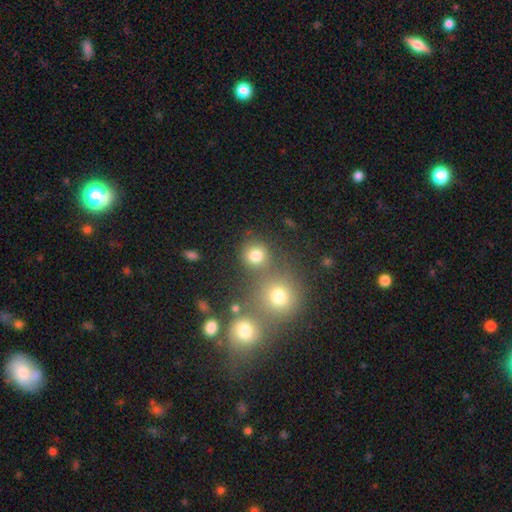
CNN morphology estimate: This appears to be a smooth galaxy with no disk features (77%) that is round (85%). Merging: none (60%).